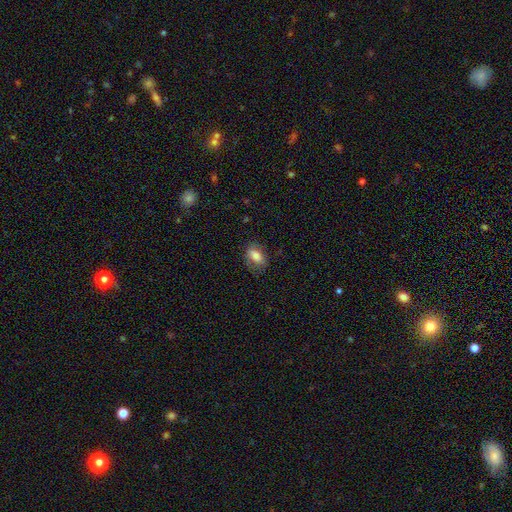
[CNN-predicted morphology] smooth_or_featured: smooth (p=0.75) [alt: featured or disk p=0.17]
how_rounded: in between (p=0.86) [alt: round p=0.11]
merging: none (p=0.72) [alt: minor disturbance p=0.20]